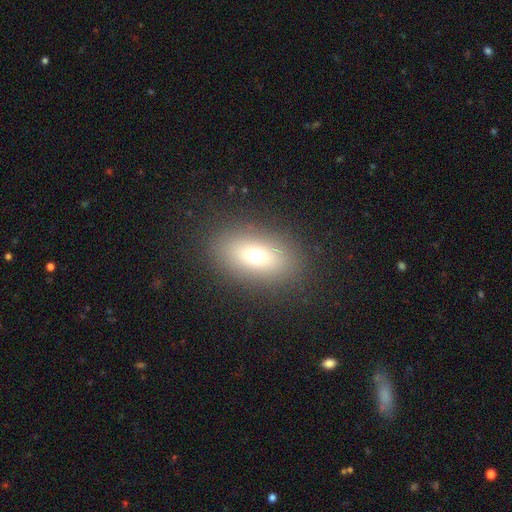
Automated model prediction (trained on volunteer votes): Smooth or featured: smooth — 69% (featured or disk — 19%)
How rounded: in between — 83% (round — 9%)
Merging: none — 88% (minor disturbance — 8%)